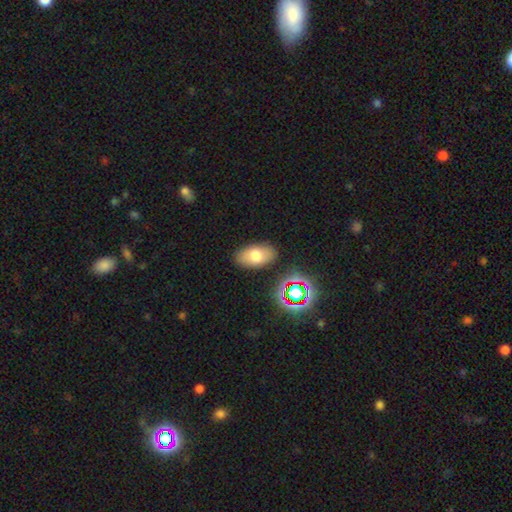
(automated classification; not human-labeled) smooth 72%, featured or disk 17%, star or artifact 12%. Down the decision tree: how rounded — in between (93%); merging — none (85%).